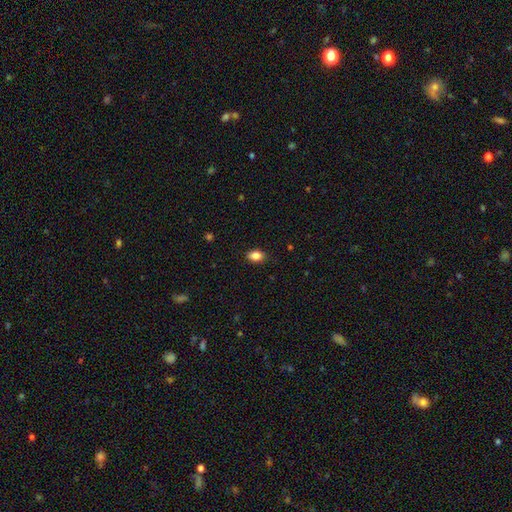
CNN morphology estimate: The model was most divided on "how rounded": in between: 82%, round: 17%, cigar-shaped: 1%. More confident: merging — none (87%); smooth or featured — smooth (86%).